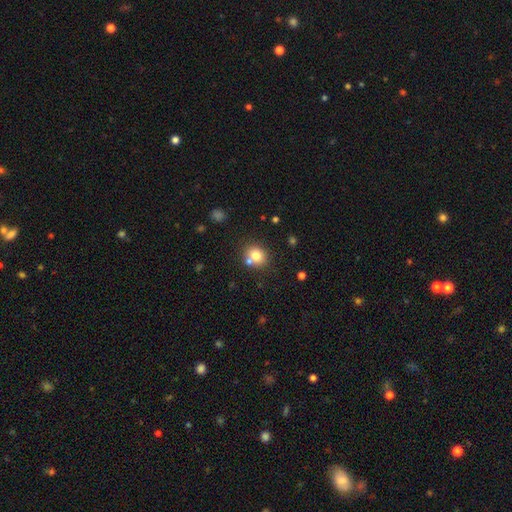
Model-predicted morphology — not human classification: Overall: smooth (77%). How rounded: round (71%). Merging: none (65%).